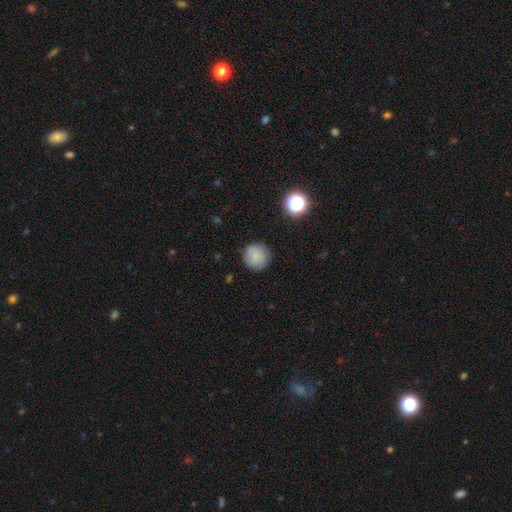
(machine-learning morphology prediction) Q: Smooth or featured?
A: smooth (81%); runner-up: star or artifact (10%)
Q: How rounded?
A: round (94%); runner-up: in between (6%)
Q: Merging?
A: none (86%); runner-up: minor disturbance (10%)